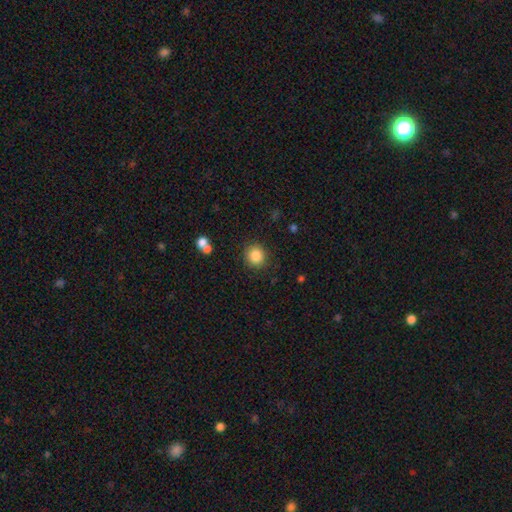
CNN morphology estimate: Smooth or featured? Predicted: smooth (p=0.85). How rounded? Predicted: round (p=0.87). Merging? Predicted: none (p=0.87).